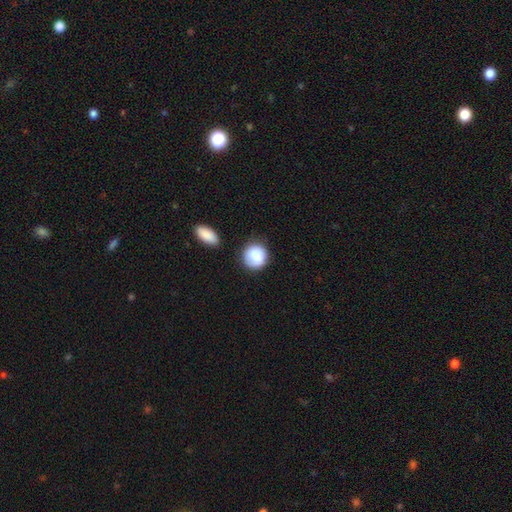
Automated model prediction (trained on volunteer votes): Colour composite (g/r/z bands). It shows a smooth galaxy with no disk features (87%) that is round (88%). Merging: none (73%).